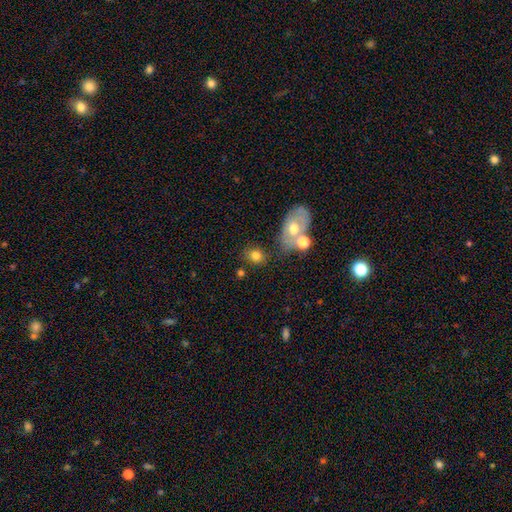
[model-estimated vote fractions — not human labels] Smooth or featured?
  - smooth: 75% *
  - featured or disk: 14%
  - star or artifact: 11%
How rounded?
  - round: 53% *
  - in between: 45%
  - cigar-shaped: 1%
Merging?
  - none: 64% *
  - merger: 16%
  - minor disturbance: 14%
  - major disturbance: 6%